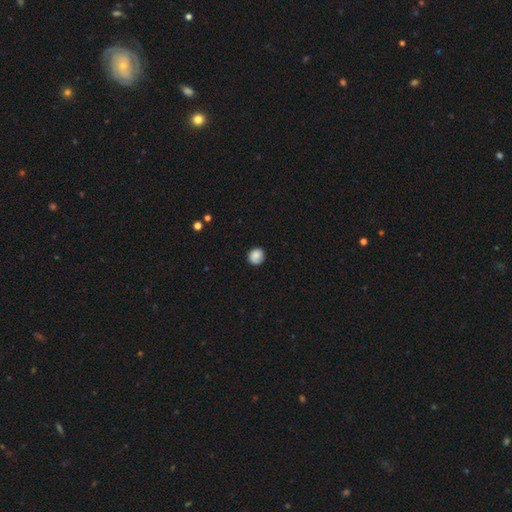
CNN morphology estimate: Smooth or featured? smooth (82%)
How rounded? round (85%)
Merging? none (80%)